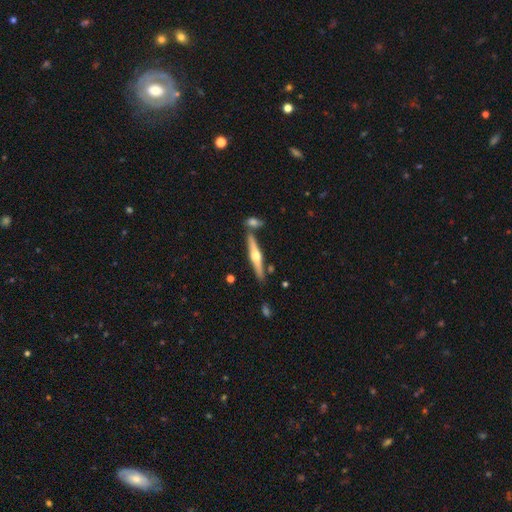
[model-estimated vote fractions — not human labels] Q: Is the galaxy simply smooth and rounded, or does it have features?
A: featured or disk — 72%.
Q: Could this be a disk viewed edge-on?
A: yes — 98%.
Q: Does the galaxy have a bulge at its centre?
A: rounded — 94%.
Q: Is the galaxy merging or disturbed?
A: none — 78%.